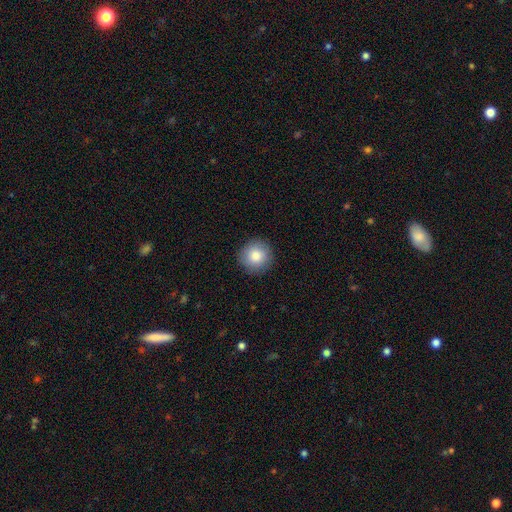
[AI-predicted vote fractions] smooth_or_featured: smooth (p=0.85) [alt: star or artifact p=0.08]
how_rounded: round (p=0.95) [alt: in between p=0.04]
merging: none (p=0.90) [alt: minor disturbance p=0.07]